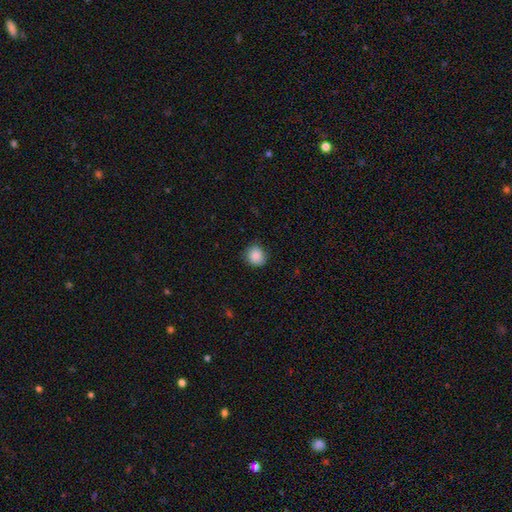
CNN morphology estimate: A smooth galaxy with no disk features (87%) that is round (85%).

Vote fractions:
- Smooth or featured? smooth: 87% / star or artifact: 9% / featured or disk: 4%
- How rounded? round: 85% / in between: 14% / cigar-shaped: 1%
- Merging? none: 84% / minor disturbance: 12% / major disturbance: 3% / merger: 1%